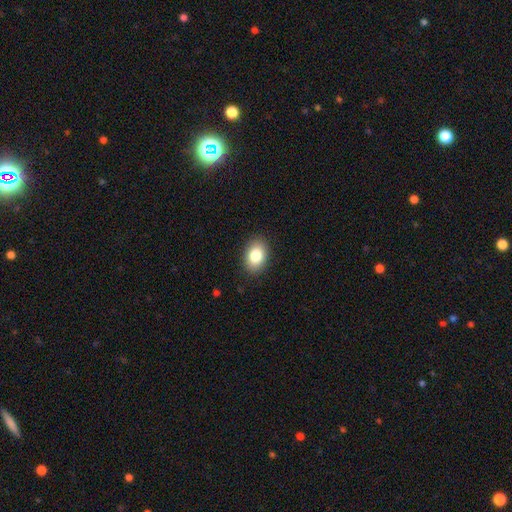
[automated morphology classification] type=smooth (83%); roundness=in between (80%); merging=none (89%).